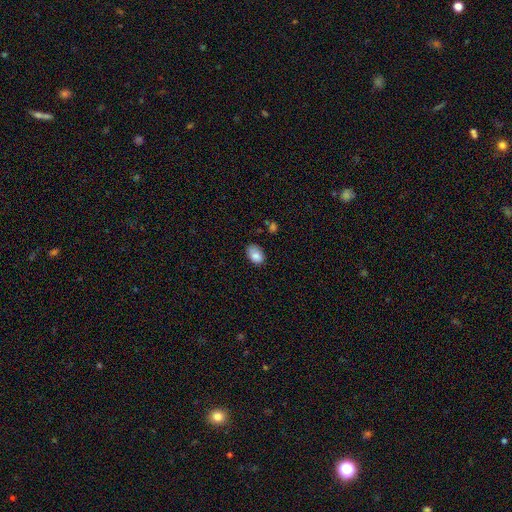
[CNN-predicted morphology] smooth-or-featured: smooth: 84% | star or artifact: 8% | featured or disk: 8%
  how-rounded: in between: 86% | round: 13% | cigar-shaped: 1%
  merging: none: 65% | minor disturbance: 27% | major disturbance: 5% | merger: 2%